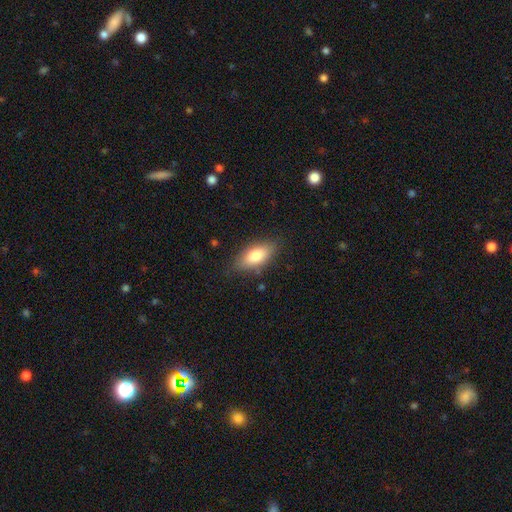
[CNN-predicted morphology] The model was most divided on "merging": none: 79%, minor disturbance: 16%, major disturbance: 4%, merger: 1%. More confident: how rounded — in between (86%); smooth or featured — smooth (80%).